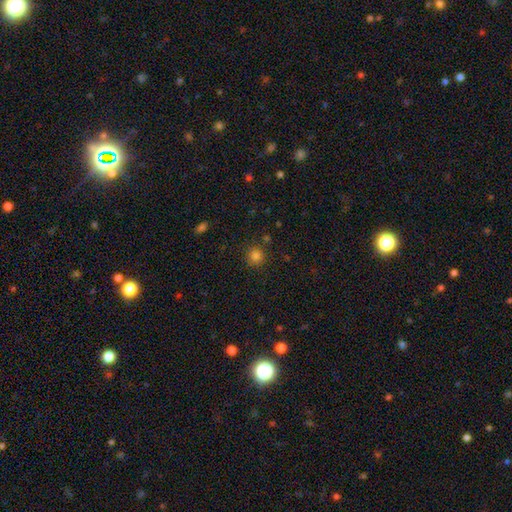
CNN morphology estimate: This appears to be a smooth galaxy with no disk features (80%) that is round (93%). Merging: none (87%).